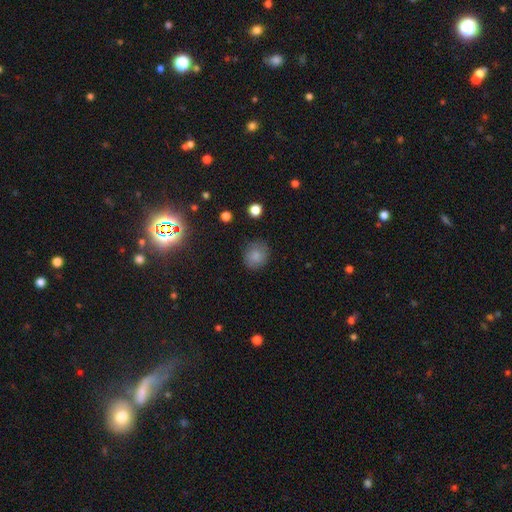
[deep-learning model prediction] Smooth or featured? smooth (83%)
How rounded? round (84%)
Merging? none (84%)